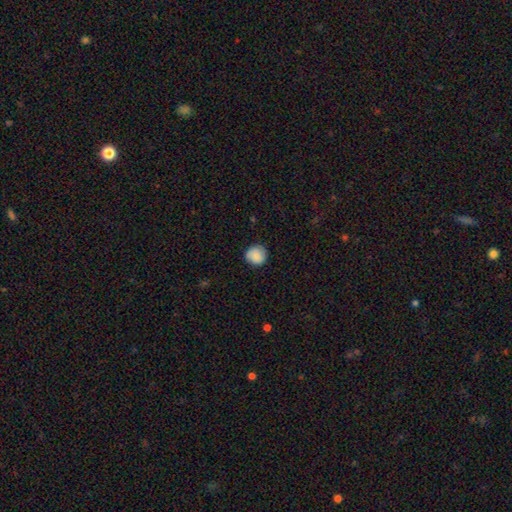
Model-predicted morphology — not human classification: Q: Smooth or featured?
A: smooth (86%); runner-up: star or artifact (8%)
Q: How rounded?
A: round (91%); runner-up: in between (8%)
Q: Merging?
A: none (84%); runner-up: minor disturbance (12%)